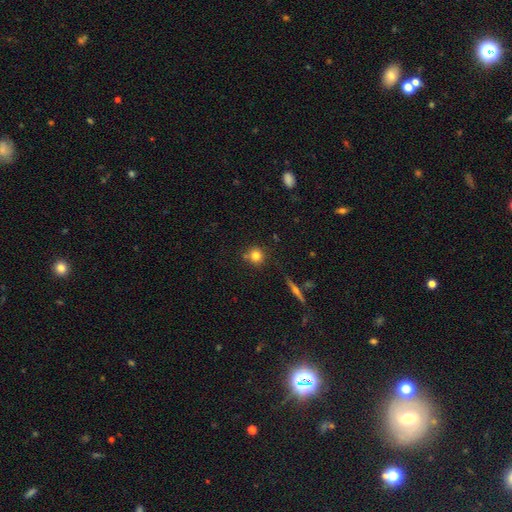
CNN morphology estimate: smooth 79%, star or artifact 12%, featured or disk 9%. Down the decision tree: how rounded — round (90%); merging — none (78%).